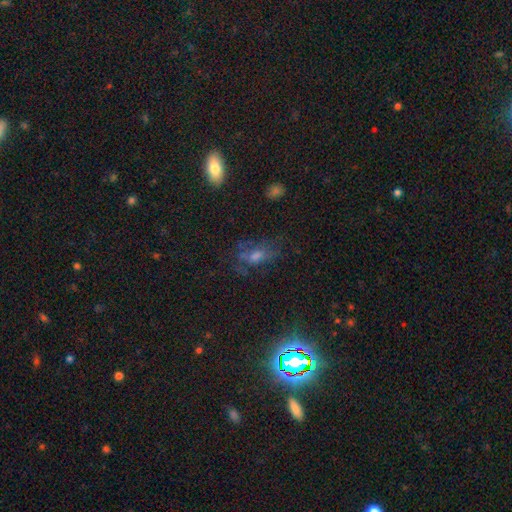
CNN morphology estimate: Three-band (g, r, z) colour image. It shows a smooth galaxy with no disk features (37%). Merging: none (55%).